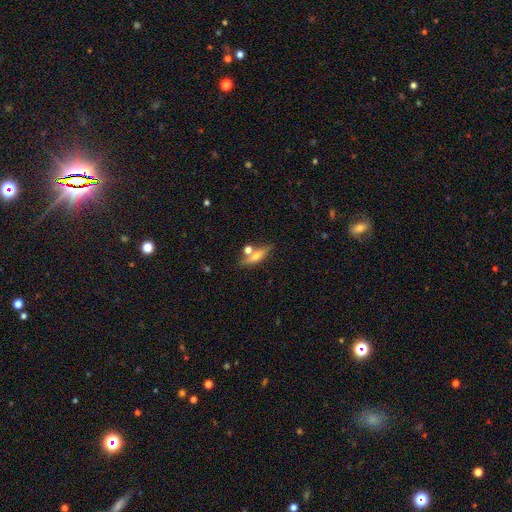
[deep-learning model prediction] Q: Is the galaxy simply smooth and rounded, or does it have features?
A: featured or disk — 46%.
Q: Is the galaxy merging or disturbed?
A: none — 65%.